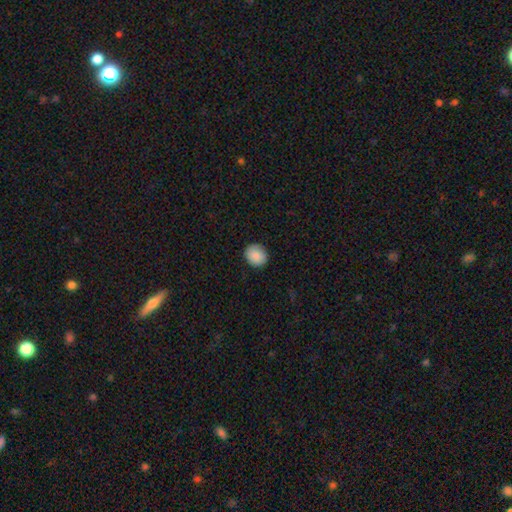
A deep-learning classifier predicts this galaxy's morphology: Smooth or featured?
  - smooth: 89% *
  - star or artifact: 8%
  - featured or disk: 4%
How rounded?
  - round: 83% *
  - in between: 17%
  - cigar-shaped: 1%
Merging?
  - none: 89% *
  - minor disturbance: 8%
  - major disturbance: 2%
  - merger: 1%